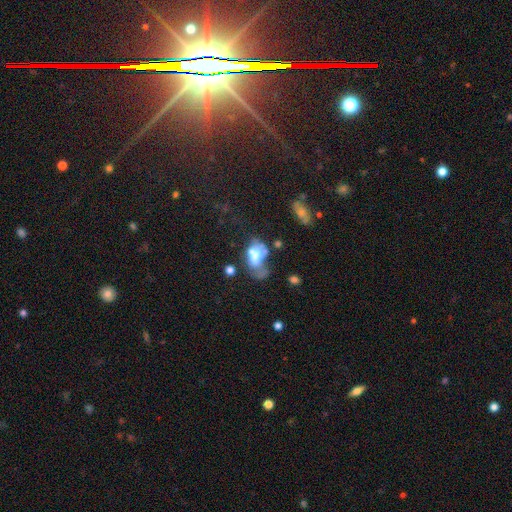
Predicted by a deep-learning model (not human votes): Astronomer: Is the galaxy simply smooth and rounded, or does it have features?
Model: smooth — 50% (runner-up: featured or disk, 37%).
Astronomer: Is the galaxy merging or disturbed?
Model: major disturbance — 37% (runner-up: merger, 28%).